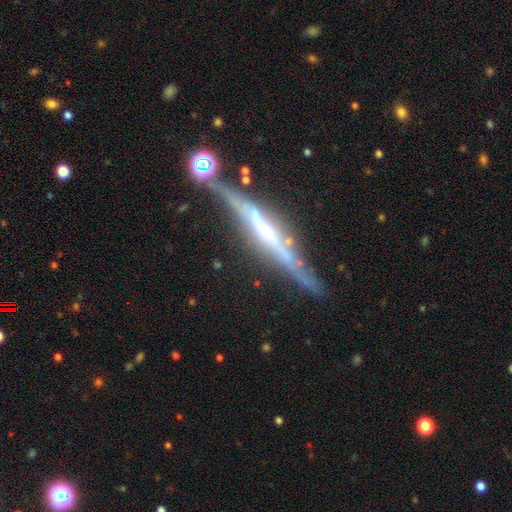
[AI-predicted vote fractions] Q: Smooth or featured?
A: featured or disk (85%); runner-up: smooth (9%)
Q: Edge-on disk?
A: yes (95%); runner-up: no (5%)
Q: Edge-on bulge?
A: rounded (49%); runner-up: none (30%)
Q: Merging?
A: none (74%); runner-up: minor disturbance (15%)